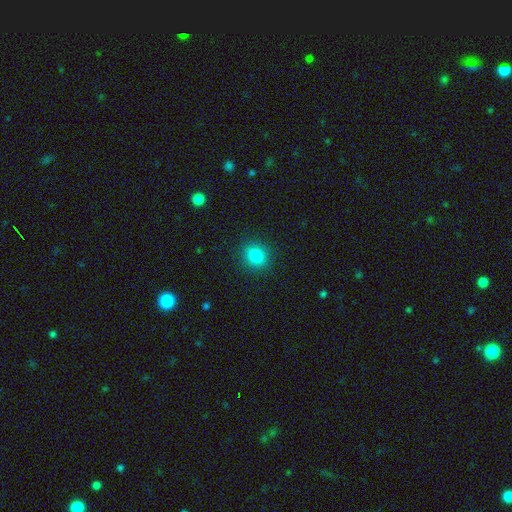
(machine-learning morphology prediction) The model was most divided on "how rounded": round: 50%, in between: 49%, cigar-shaped: 1%. More confident: merging — none (89%); smooth or featured — smooth (84%).